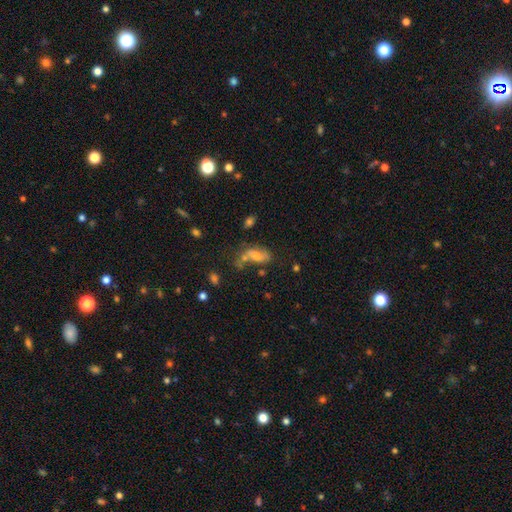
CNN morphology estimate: A smooth galaxy with no disk features (47%).

Vote fractions:
- Smooth or featured? smooth: 47% / featured or disk: 38% / star or artifact: 15%
- Merging? none: 37% / merger: 26% / minor disturbance: 21% / major disturbance: 17%